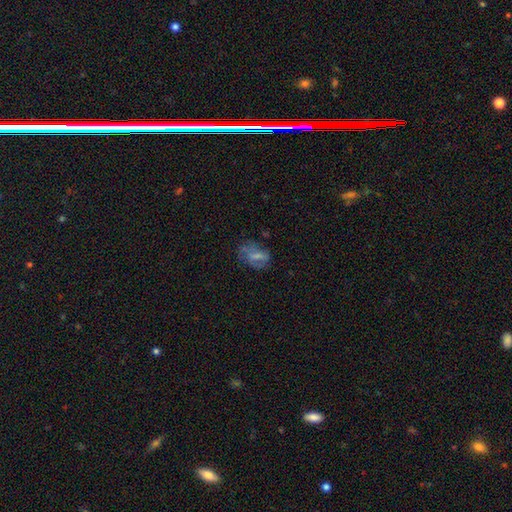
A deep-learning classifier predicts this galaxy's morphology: Overall: smooth (48%; featured or disk 40%). Merging: none (50%; minor disturbance 24%).